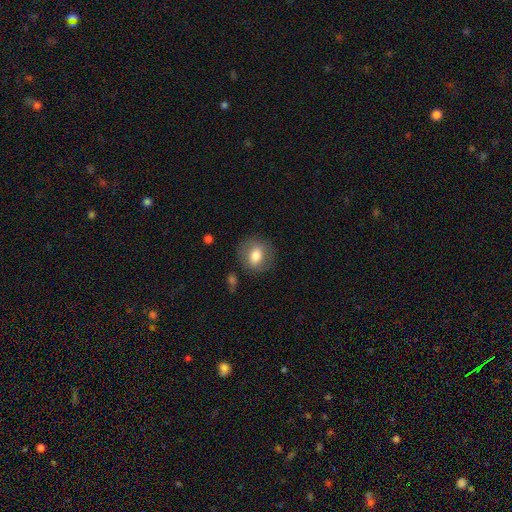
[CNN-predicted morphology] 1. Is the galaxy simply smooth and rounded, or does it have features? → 71% smooth, 21% featured or disk, 8% star or artifact.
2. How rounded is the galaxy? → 65% round, 34% in between, 1% cigar-shaped.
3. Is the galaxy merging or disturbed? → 81% none, 12% minor disturbance, 5% major disturbance, 2% merger.